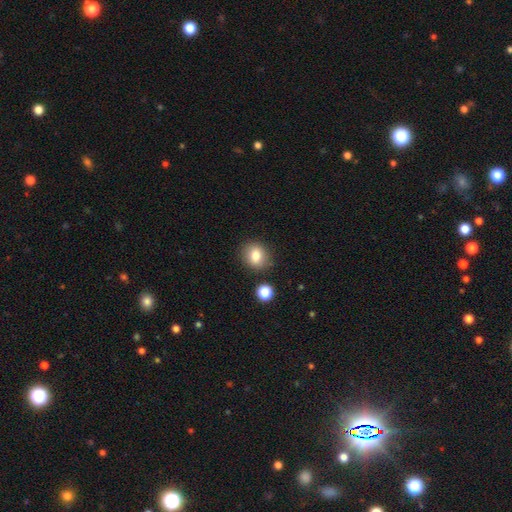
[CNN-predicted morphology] Smooth or featured?
  - smooth: 80% *
  - star or artifact: 10%
  - featured or disk: 10%
How rounded?
  - round: 67% *
  - in between: 32%
  - cigar-shaped: 1%
Merging?
  - none: 83% *
  - minor disturbance: 10%
  - merger: 4%
  - major disturbance: 3%